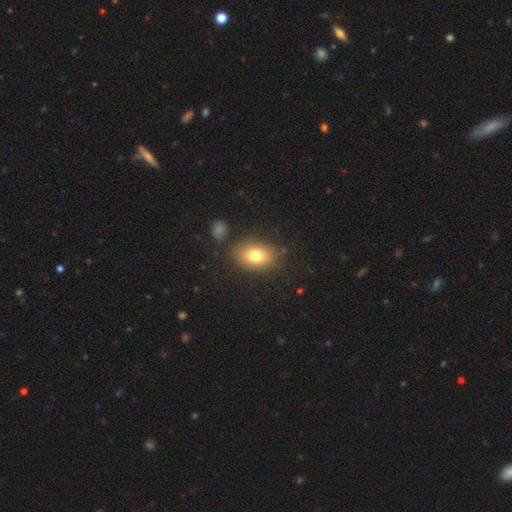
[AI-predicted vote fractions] Smooth or featured?
  - smooth: 77% *
  - featured or disk: 12%
  - star or artifact: 10%
How rounded?
  - in between: 79% *
  - round: 20%
  - cigar-shaped: 1%
Merging?
  - none: 82% *
  - minor disturbance: 11%
  - major disturbance: 4%
  - merger: 3%